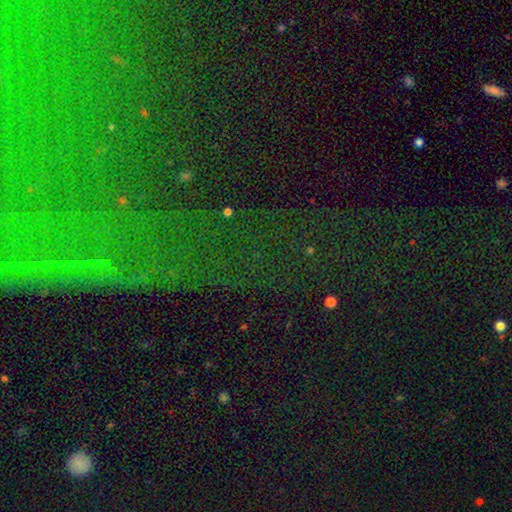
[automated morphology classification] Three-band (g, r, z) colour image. It shows a star or artifact, not a galaxy (78%).